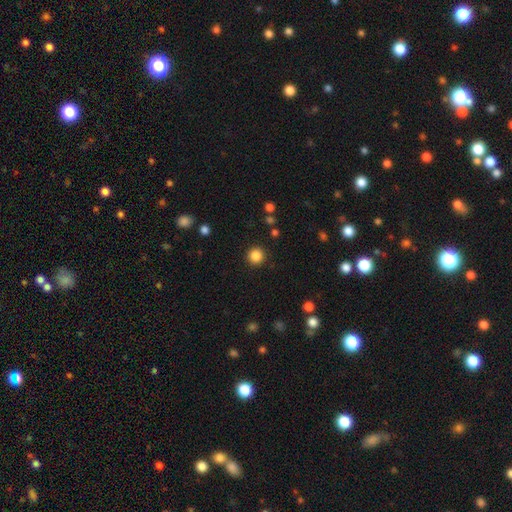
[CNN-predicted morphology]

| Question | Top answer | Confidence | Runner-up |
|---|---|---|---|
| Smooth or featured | smooth | 85% | star or artifact (11%) |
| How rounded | round | 95% | in between (4%) |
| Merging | none | 92% | minor disturbance (5%) |